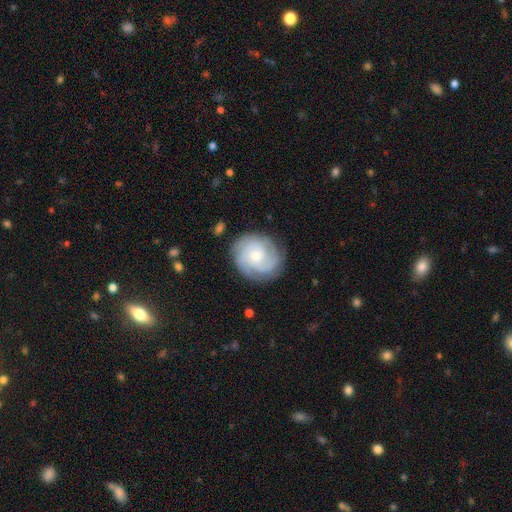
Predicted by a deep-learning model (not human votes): Overall: featured or disk (77%). Edge-on disk: no (98%). Bar: no (76%). Spiral arms: yes (95%). Spiral arm count: 3 (36%; can't tell 24%). Spiral winding: tight (64%; medium 29%). Bulge size: small (60%; moderate 35%). Merging: none (80%).